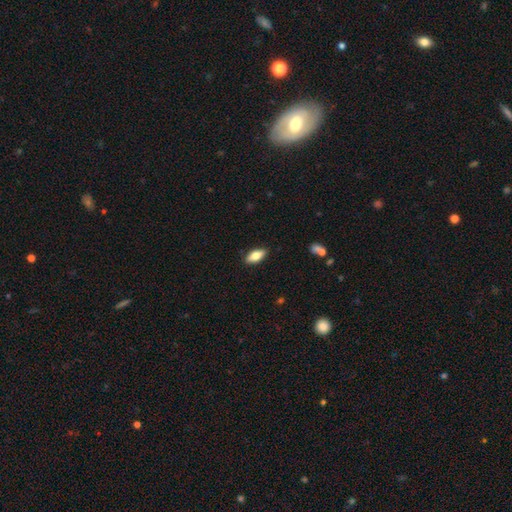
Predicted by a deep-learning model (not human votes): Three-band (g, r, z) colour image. It shows a smooth galaxy with no disk features (74%) that is in between round and cigar-shaped (81%). Merging: none (88%).